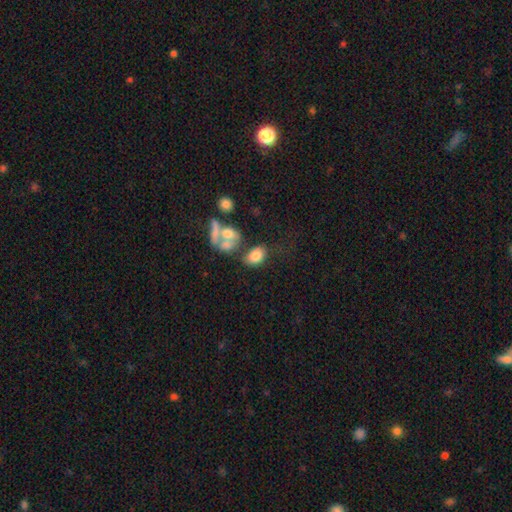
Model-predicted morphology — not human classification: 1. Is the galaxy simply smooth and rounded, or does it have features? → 75% smooth, 15% featured or disk, 10% star or artifact.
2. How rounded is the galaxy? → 82% in between, 16% round, 2% cigar-shaped.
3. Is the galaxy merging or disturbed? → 44% none, 30% merger, 16% minor disturbance, 11% major disturbance.